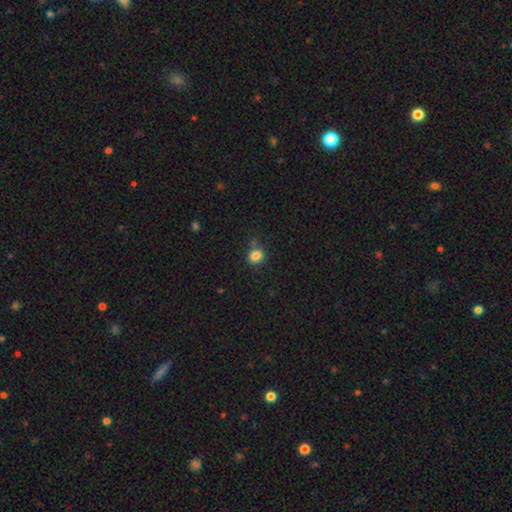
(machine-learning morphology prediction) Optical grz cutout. It shows a smooth galaxy with no disk features (83%) that is round (60%). Merging: none (71%).